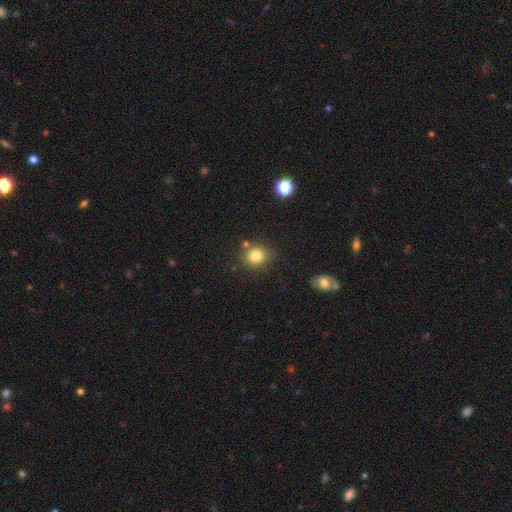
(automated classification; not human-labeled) A smooth galaxy with no disk features (83%) that is round (85%).

Vote fractions:
- Smooth or featured? smooth: 83% / star or artifact: 11% / featured or disk: 6%
- How rounded? round: 85% / in between: 15% / cigar-shaped: 1%
- Merging? none: 77% / minor disturbance: 12% / merger: 8% / major disturbance: 3%